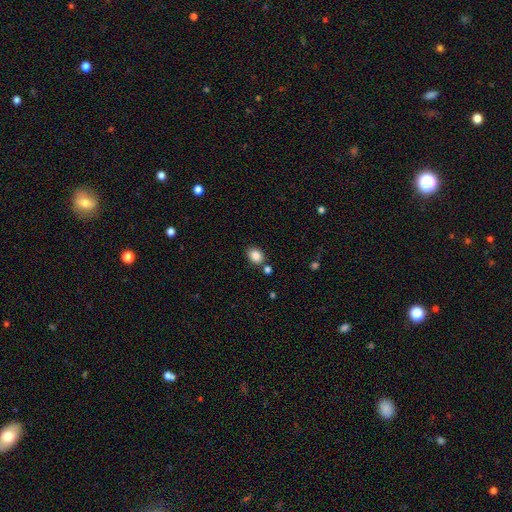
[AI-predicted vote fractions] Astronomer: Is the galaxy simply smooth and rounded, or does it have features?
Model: smooth — 86%.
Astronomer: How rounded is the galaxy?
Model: in between — 59% (runner-up: round, 40%).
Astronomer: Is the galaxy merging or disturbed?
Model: none — 76%.